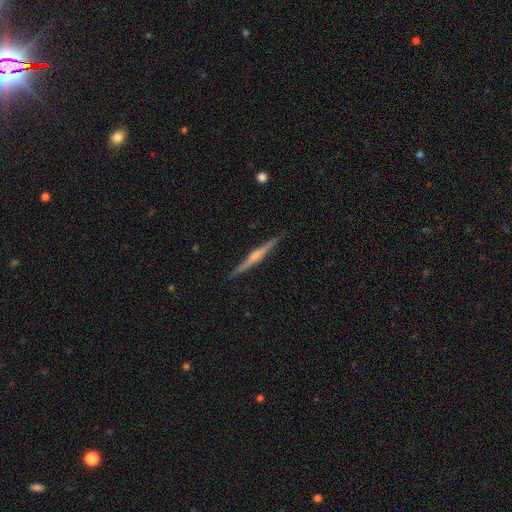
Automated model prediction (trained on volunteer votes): Q: Smooth or featured?
A: featured or disk (78%); runner-up: smooth (17%)
Q: Edge-on disk?
A: yes (98%); runner-up: no (2%)
Q: Edge-on bulge?
A: rounded (76%); runner-up: none (13%)
Q: Merging?
A: none (91%); runner-up: minor disturbance (7%)